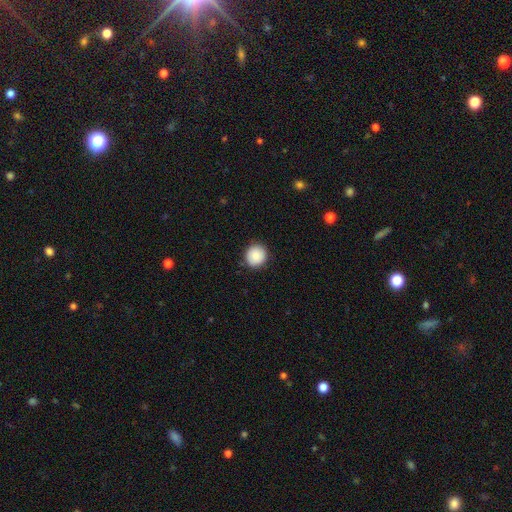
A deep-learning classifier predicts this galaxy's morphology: A smooth galaxy with no disk features (88%) that is round (88%).

Vote fractions:
- Smooth or featured? smooth: 88% / star or artifact: 8% / featured or disk: 5%
- How rounded? round: 88% / in between: 11% / cigar-shaped: 1%
- Merging? none: 90% / minor disturbance: 7% / major disturbance: 2% / merger: 1%